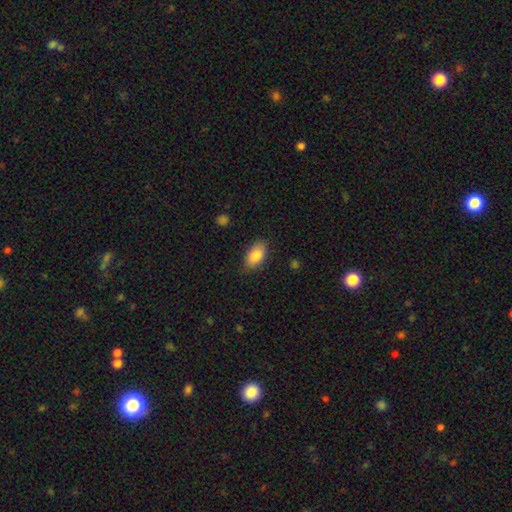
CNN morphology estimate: Q: Smooth or featured?
A: smooth (85%); runner-up: featured or disk (8%)
Q: How rounded?
A: in between (92%); runner-up: round (4%)
Q: Merging?
A: none (83%); runner-up: minor disturbance (13%)